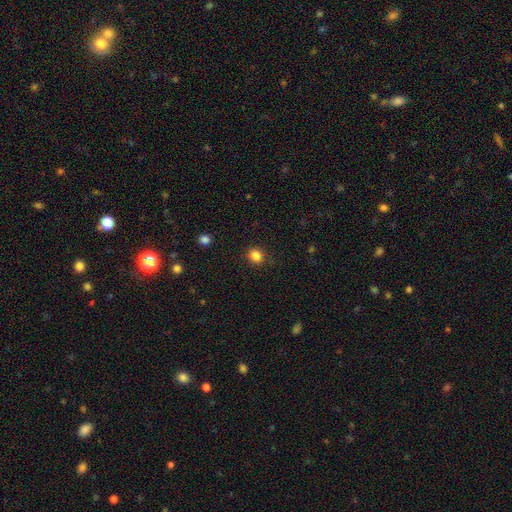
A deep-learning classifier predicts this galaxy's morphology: The model was most divided on "how rounded": round: 68%, in between: 31%, cigar-shaped: 1%. More confident: merging — none (85%); smooth or featured — smooth (84%).